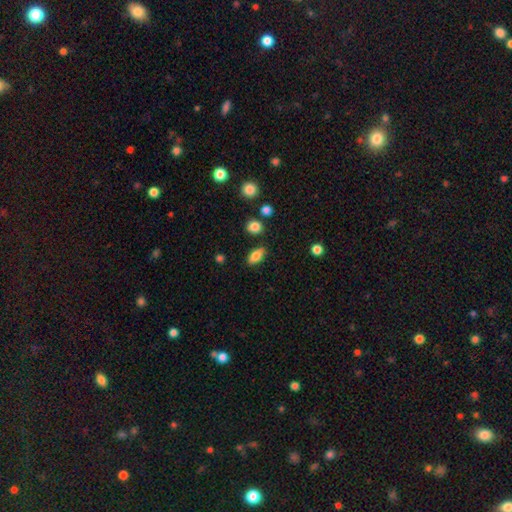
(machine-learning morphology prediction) This appears to be a smooth galaxy with no disk features (81%) that is in between round and cigar-shaped (87%). Merging: none (84%).